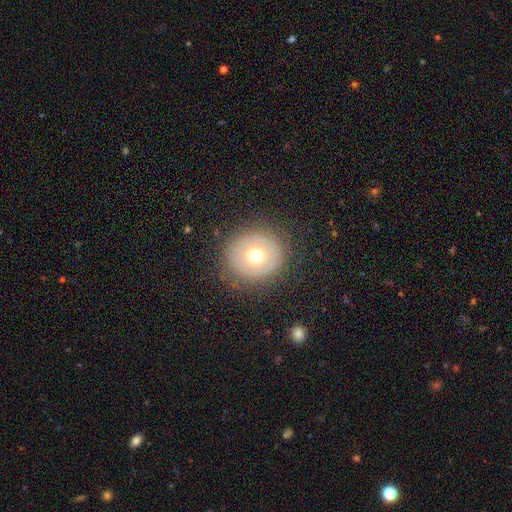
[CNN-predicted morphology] This appears to be a smooth galaxy with no disk features (57%) that is round (91%). Merging: none (83%).